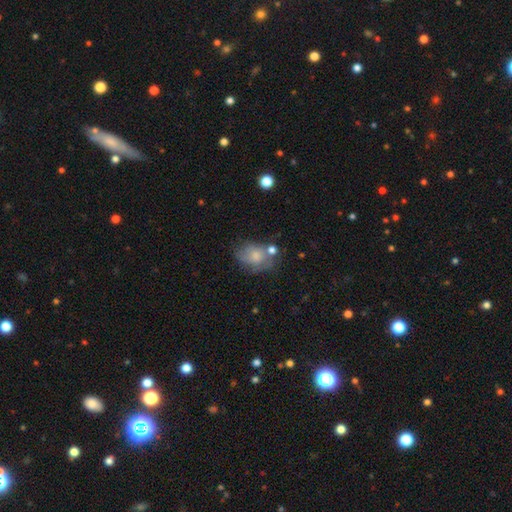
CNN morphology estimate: This is likely a smooth galaxy (65%). How rounded: likely in between (69%). Merging: marginally none (44%).